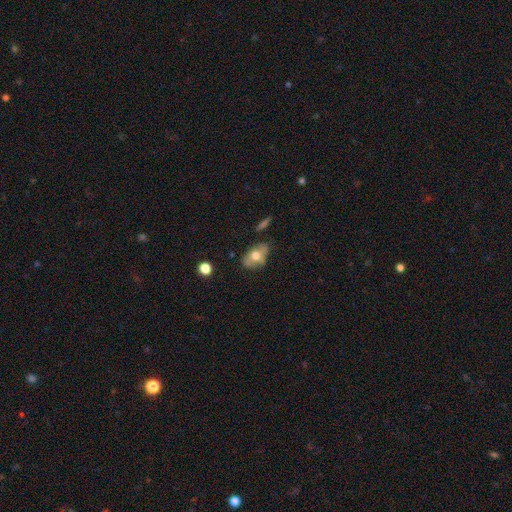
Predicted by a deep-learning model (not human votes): Smooth or featured: smooth — 58% (featured or disk — 34%)
How rounded: in between — 85% (round — 13%)
Merging: none — 67% (minor disturbance — 23%)